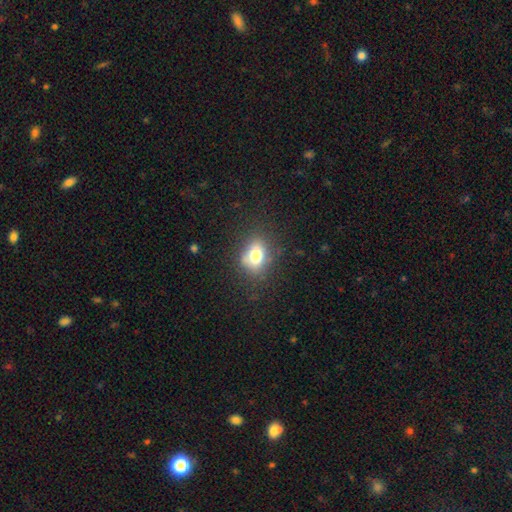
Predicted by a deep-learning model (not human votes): Smooth or featured? smooth (74%)
How rounded? in between (64%)
Merging? none (70%)